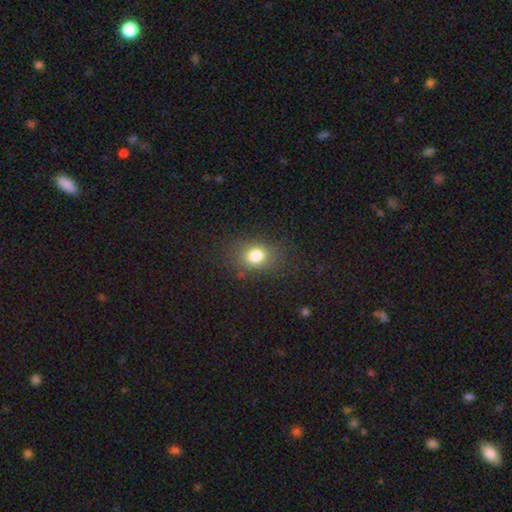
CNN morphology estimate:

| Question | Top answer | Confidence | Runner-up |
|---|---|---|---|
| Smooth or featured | smooth | 80% | star or artifact (13%) |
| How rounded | in between | 52% | round (47%) |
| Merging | none | 79% | minor disturbance (14%) |